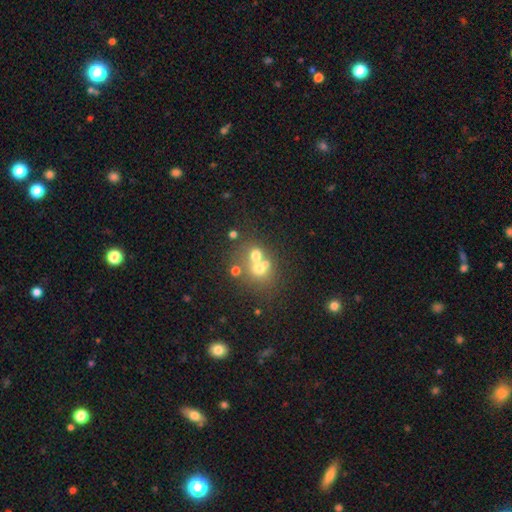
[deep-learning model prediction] Smooth or featured? Predicted: smooth (p=0.56). How rounded? Predicted: round (p=0.75). Merging? Predicted: merger (p=0.51).